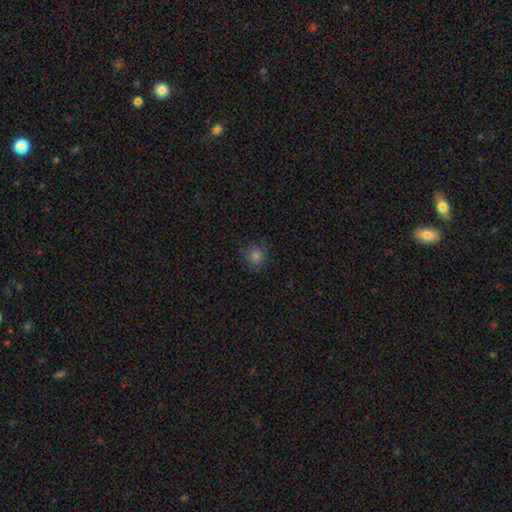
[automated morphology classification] Overall: smooth (73%). How rounded: round (90%). Merging: none (82%).